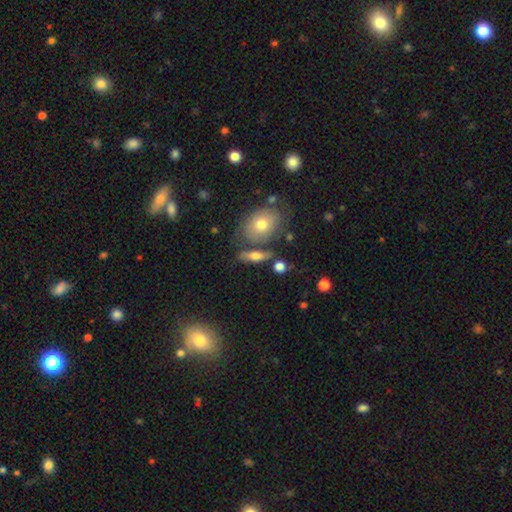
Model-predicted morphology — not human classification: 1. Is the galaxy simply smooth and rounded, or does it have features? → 58% smooth, 32% featured or disk, 9% star or artifact.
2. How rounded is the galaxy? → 53% in between, 33% cigar-shaped, 13% round.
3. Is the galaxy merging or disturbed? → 62% none, 16% minor disturbance, 15% merger, 6% major disturbance.